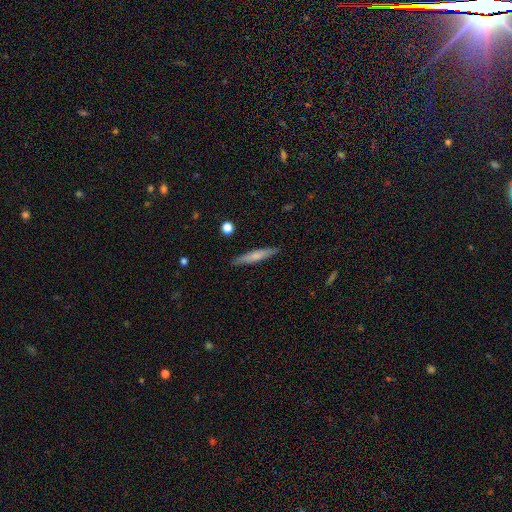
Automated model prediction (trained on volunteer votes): Smooth or featured: smooth — 63% (featured or disk — 31%)
How rounded: cigar-shaped — 92% (in between — 6%)
Merging: none — 90% (minor disturbance — 7%)